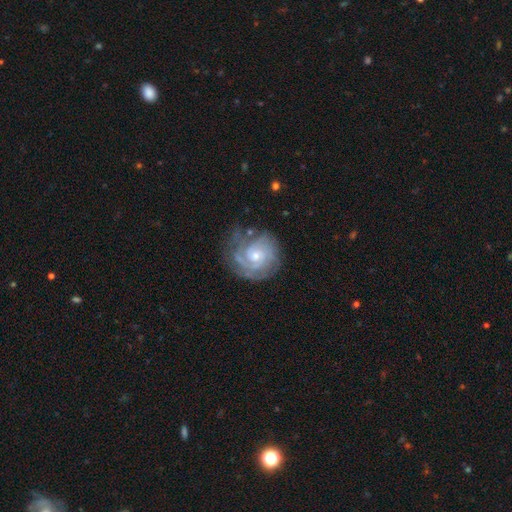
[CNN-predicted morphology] Overall: featured or disk (84%). Edge-on disk: no (98%). Bar: no (70%). Spiral arms: yes (95%). Spiral arm count: can't tell (31%; 2 27%). Spiral winding: tight (69%). Bulge size: small (54%; moderate 42%). Merging: none (65%).